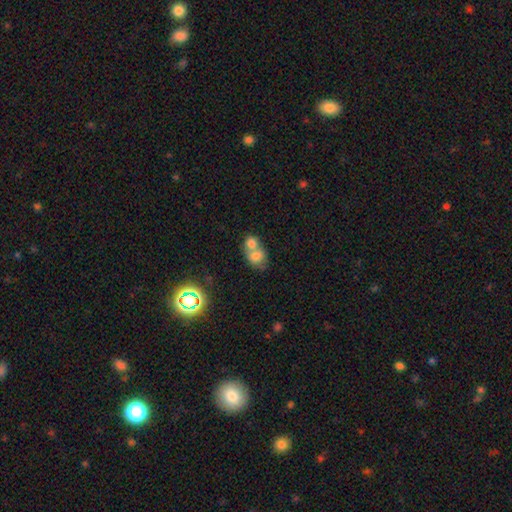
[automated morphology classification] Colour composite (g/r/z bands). It shows a smooth galaxy with no disk features (72%) that is round (51%). Merging: merger (67%).